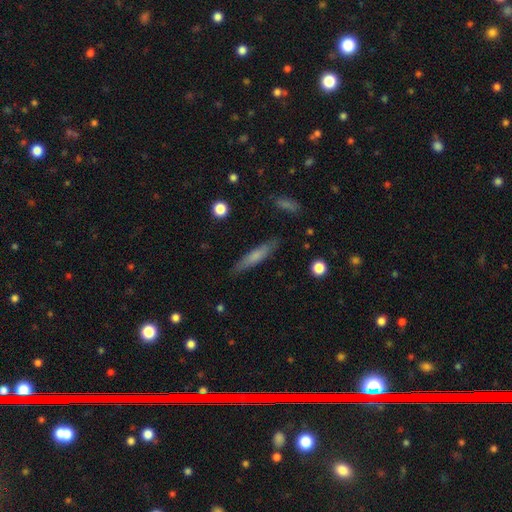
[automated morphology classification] A smooth galaxy with no disk features (65%) that is cigar-shaped (87%). Merging: none (84%).